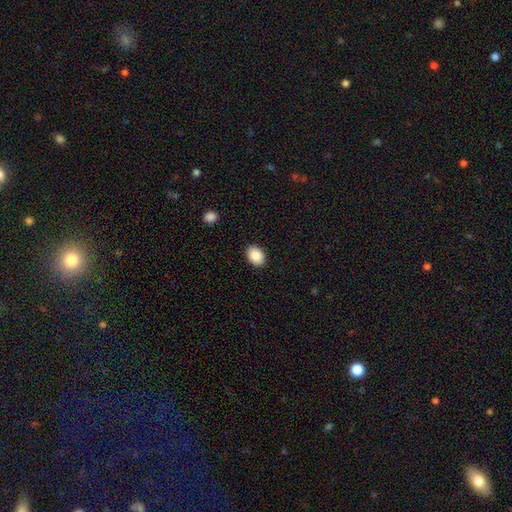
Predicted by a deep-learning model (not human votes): A smooth galaxy with no disk features (86%) that is in between round and cigar-shaped (75%). Merging: none (90%).